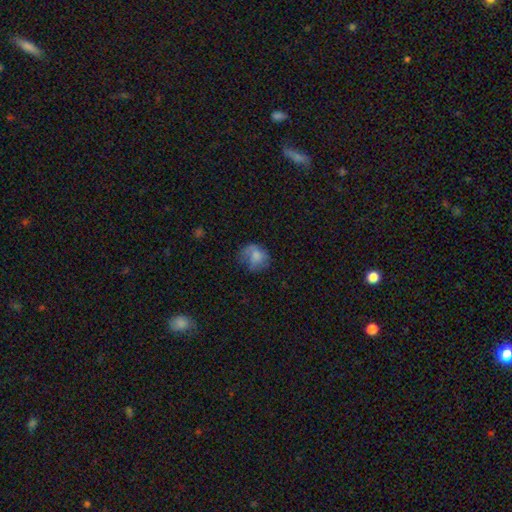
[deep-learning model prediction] smooth-or-featured: smooth: 66% | featured or disk: 25% | star or artifact: 9%
  how-rounded: round: 66% | in between: 33% | cigar-shaped: 1%
  merging: none: 45% | minor disturbance: 28% | major disturbance: 25% | merger: 2%